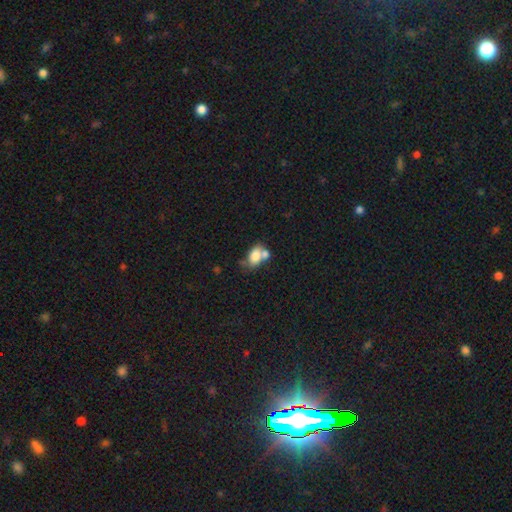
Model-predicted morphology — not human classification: Smooth or featured? Predicted: smooth (p=0.75). How rounded? Predicted: in between (p=0.77). Merging? Predicted: merger (p=0.51).